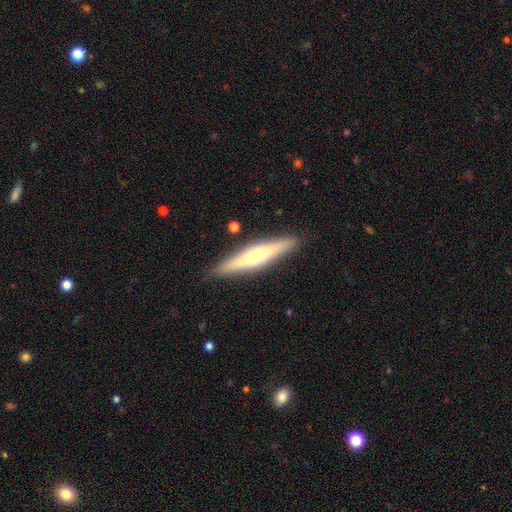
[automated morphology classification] featured or disk 58%, smooth 35%, star or artifact 7%. Down the decision tree: edge-on disk — yes (94%); edge-on bulge — rounded (80%); merging — none (89%).